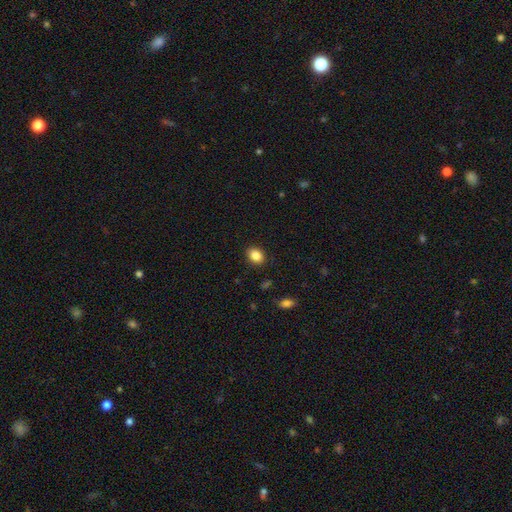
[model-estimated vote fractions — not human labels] The model was most divided on "how rounded": in between: 58%, round: 41%, cigar-shaped: 1%. More confident: merging — none (89%); smooth or featured — smooth (86%).